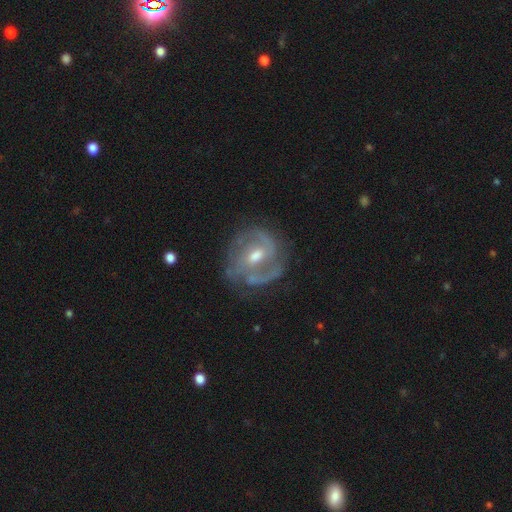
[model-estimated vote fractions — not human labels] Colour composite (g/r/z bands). It shows a featured or disk galaxy (85%) with a weak bar (52%), 2 (56%) medium (45%) spiral arms (92%) and a moderate central bulge (69%). Merging: none (66%).